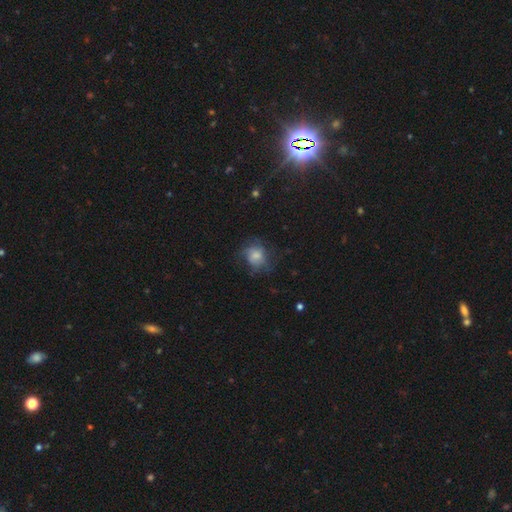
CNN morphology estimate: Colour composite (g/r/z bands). It shows a smooth galaxy with no disk features (57%) that is round (67%). Merging: none (55%).